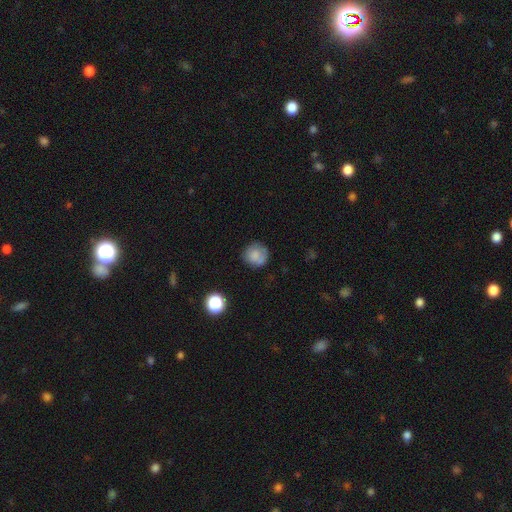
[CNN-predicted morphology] This is likely a smooth galaxy (75%). How rounded: clearly round (90%). Merging: likely none (69%).